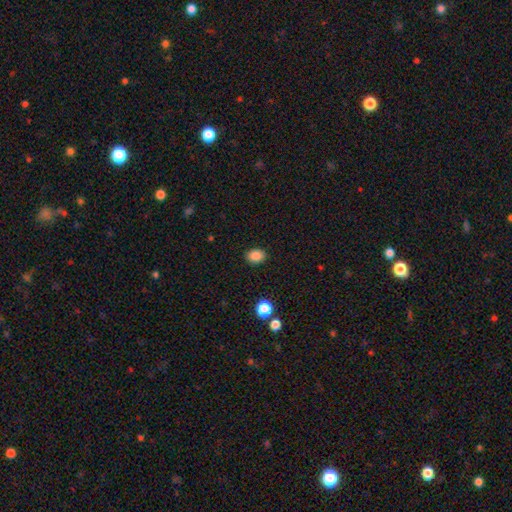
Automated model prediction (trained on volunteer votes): smooth 86%, star or artifact 10%, featured or disk 4%. Down the decision tree: how rounded — in between (62%); merging — none (88%).